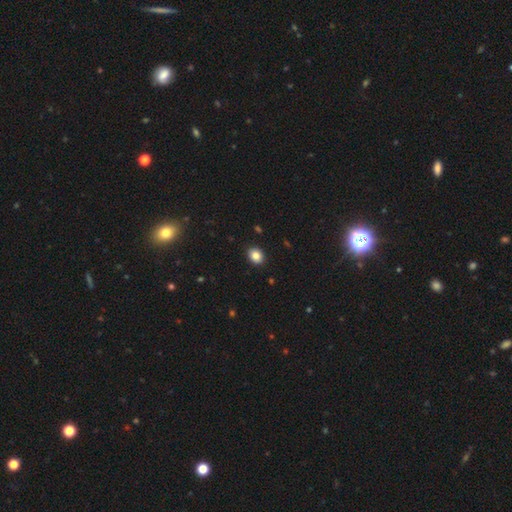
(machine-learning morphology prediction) type=smooth (86%); roundness=in between (52%); merging=none (91%).